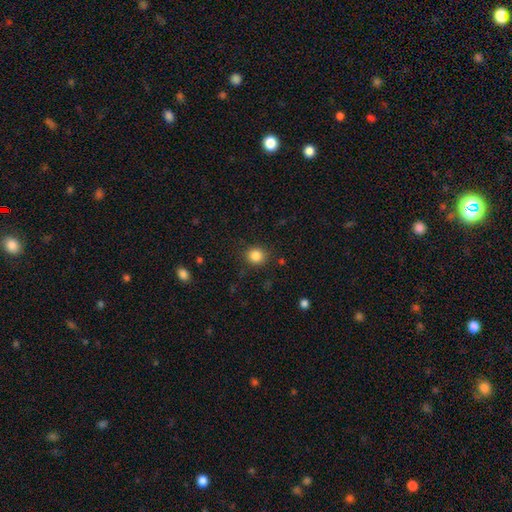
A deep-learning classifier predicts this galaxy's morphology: Smooth or featured? smooth (85%)
How rounded? round (86%)
Merging? none (87%)